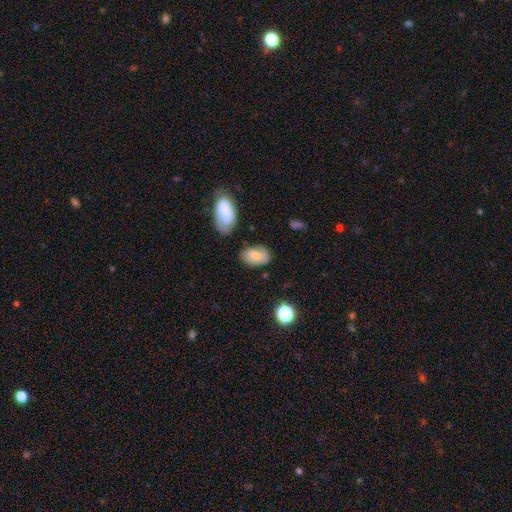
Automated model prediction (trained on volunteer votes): Smooth or featured? Predicted: smooth (p=0.72). How rounded? Predicted: in between (p=0.89). Merging? Predicted: none (p=0.70).